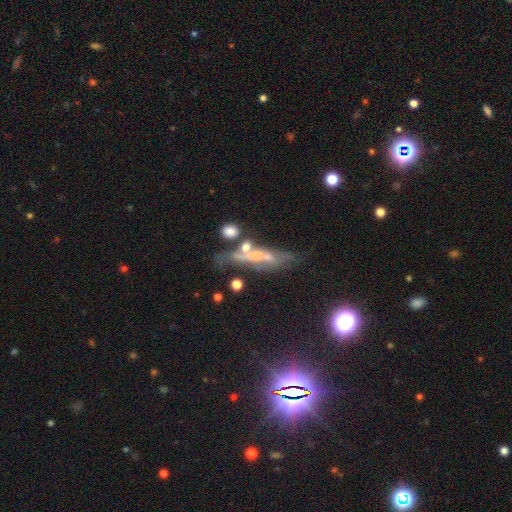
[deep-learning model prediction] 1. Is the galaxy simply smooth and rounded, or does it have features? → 56% featured or disk, 28% smooth, 16% star or artifact.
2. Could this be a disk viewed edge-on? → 57% yes, 43% no.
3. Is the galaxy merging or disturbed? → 45% none, 22% minor disturbance, 19% merger, 14% major disturbance.